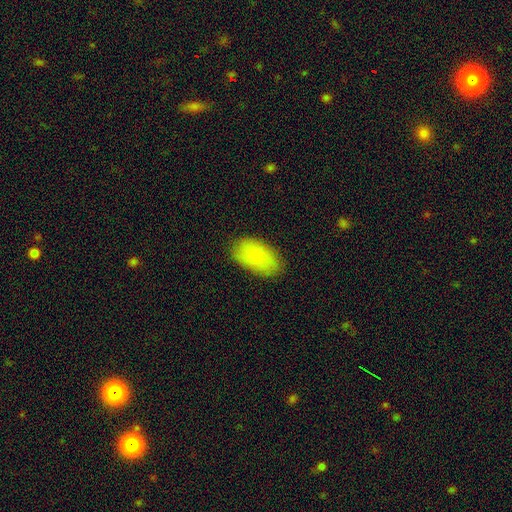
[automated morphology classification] Smooth or featured: smooth — 82% (featured or disk — 11%)
How rounded: in between — 94% (round — 5%)
Merging: none — 82% (minor disturbance — 14%)